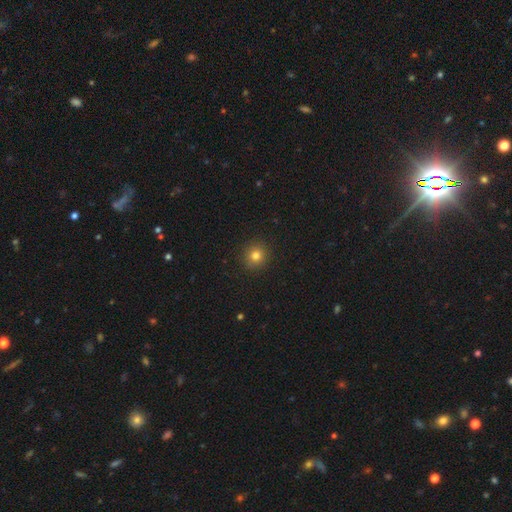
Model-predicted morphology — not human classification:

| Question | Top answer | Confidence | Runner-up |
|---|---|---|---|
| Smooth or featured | smooth | 80% | star or artifact (13%) |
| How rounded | round | 93% | in between (6%) |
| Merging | none | 92% | minor disturbance (6%) |